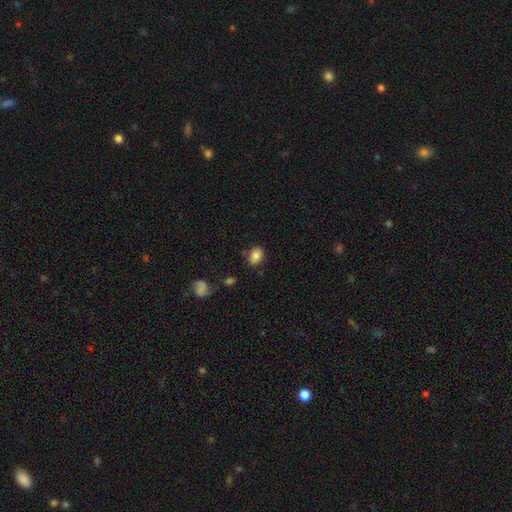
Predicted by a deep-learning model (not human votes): The model was most divided on "how rounded": in between: 70%, round: 29%, cigar-shaped: 1%. More confident: smooth or featured — smooth (81%); merging — none (79%).